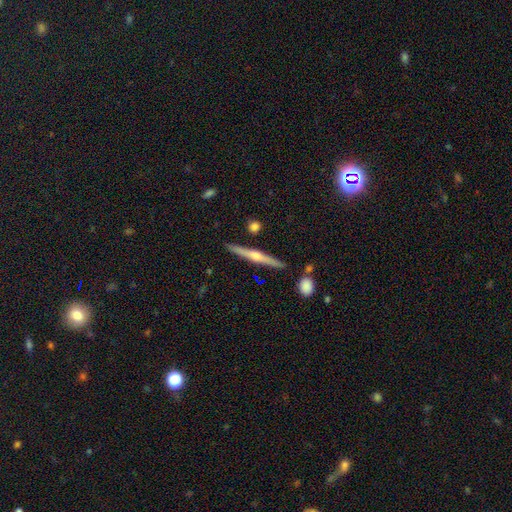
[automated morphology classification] A featured or disk galaxy (77%) viewed edge-on (98%) with a rounded central bulge (88%).

Vote fractions:
- Smooth or featured? featured or disk: 77% / smooth: 17% / star or artifact: 7%
- Edge-on disk? yes: 98% / no: 2%
- Edge-on bulge? rounded: 88% / none: 7% / boxy: 5%
- Merging? none: 89% / minor disturbance: 7% / merger: 3% / major disturbance: 1%